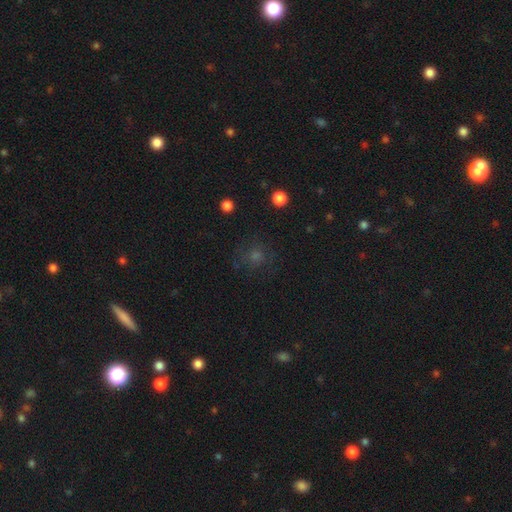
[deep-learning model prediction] smooth_or_featured: smooth (p=0.49) [alt: star or artifact p=0.34]
merging: none (p=0.75) [alt: minor disturbance p=0.14]